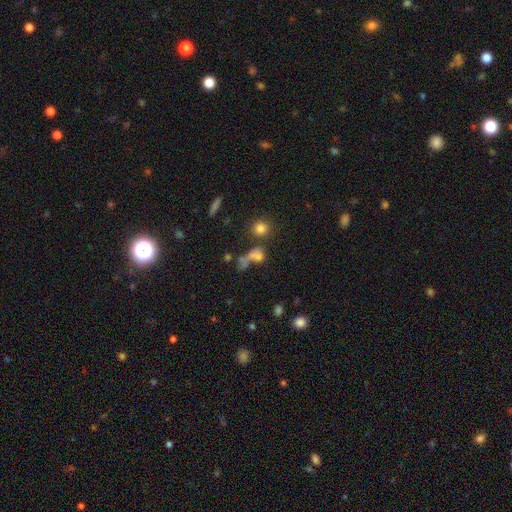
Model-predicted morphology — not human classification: Smooth or featured? smooth (63%)
How rounded? round (55%)
Merging? merger (41%)